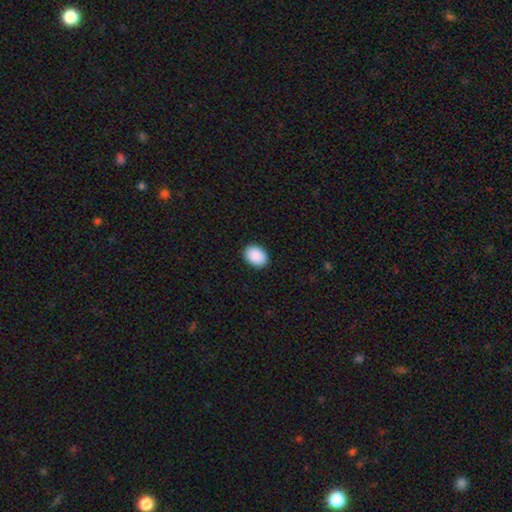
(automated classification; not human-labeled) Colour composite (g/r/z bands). It shows a smooth galaxy with no disk features (91%) that is in between round and cigar-shaped (75%). Merging: none (91%).